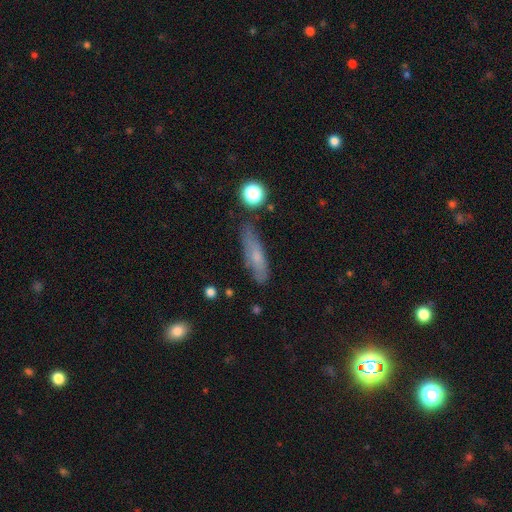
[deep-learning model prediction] Q: Smooth or featured?
A: smooth (61%); runner-up: featured or disk (30%)
Q: How rounded?
A: cigar-shaped (64%); runner-up: in between (32%)
Q: Merging?
A: none (70%); runner-up: minor disturbance (21%)